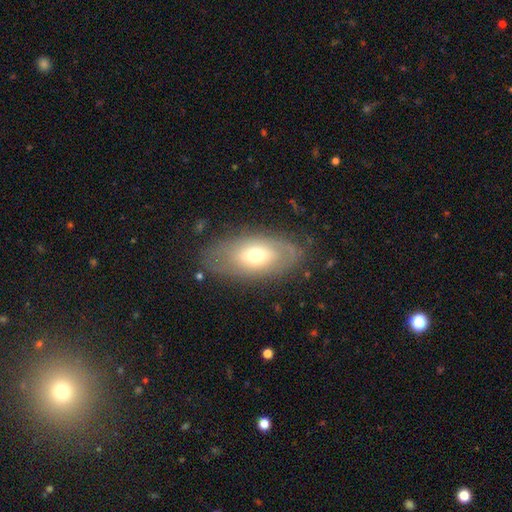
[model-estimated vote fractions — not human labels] Overall: smooth (50%; featured or disk 42%). How rounded: in between (90%). Merging: none (76%).